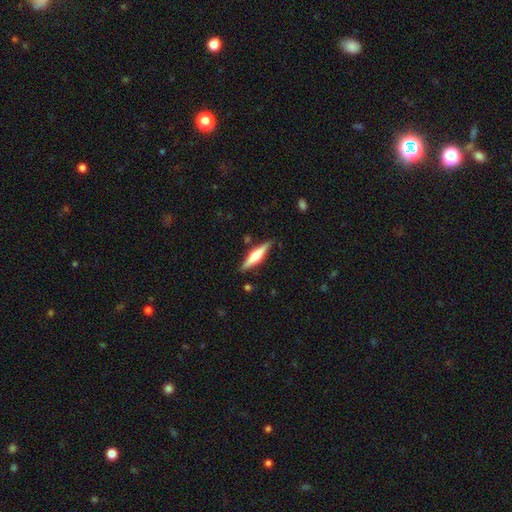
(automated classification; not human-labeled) A featured or disk galaxy (57%) viewed edge-on (97%) with a rounded central bulge (84%). Merging: none (86%).